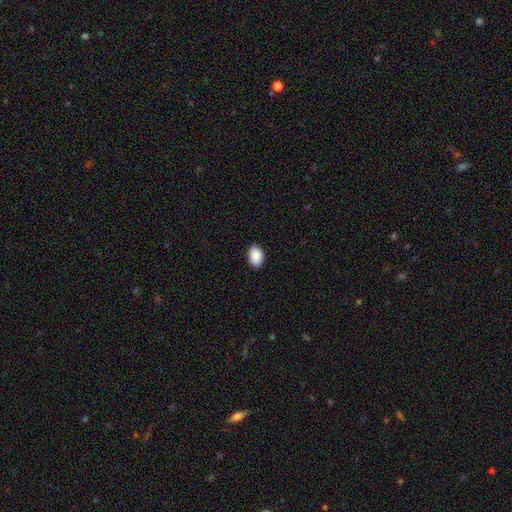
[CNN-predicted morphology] smooth_or_featured: smooth (p=0.90) [alt: star or artifact p=0.07]
how_rounded: in between (p=0.85) [alt: round p=0.14]
merging: none (p=0.89) [alt: minor disturbance p=0.08]